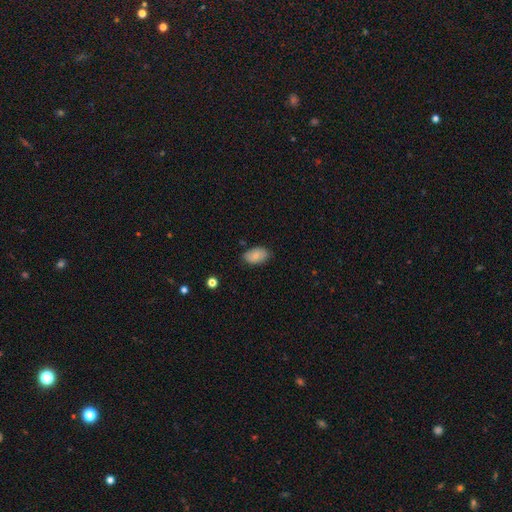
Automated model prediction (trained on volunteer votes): Smooth or featured?
  - smooth: 83% *
  - featured or disk: 10%
  - star or artifact: 7%
How rounded?
  - in between: 92% *
  - round: 7%
  - cigar-shaped: 1%
Merging?
  - none: 79% *
  - minor disturbance: 17%
  - major disturbance: 3%
  - merger: 2%